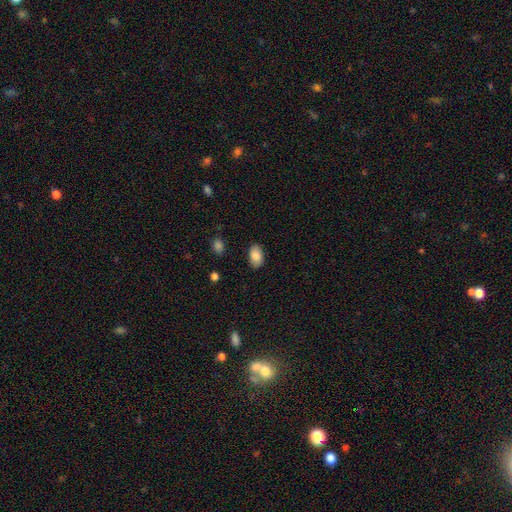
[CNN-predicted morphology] A smooth galaxy with no disk features (86%) that is in between round and cigar-shaped (93%). Merging: none (84%).